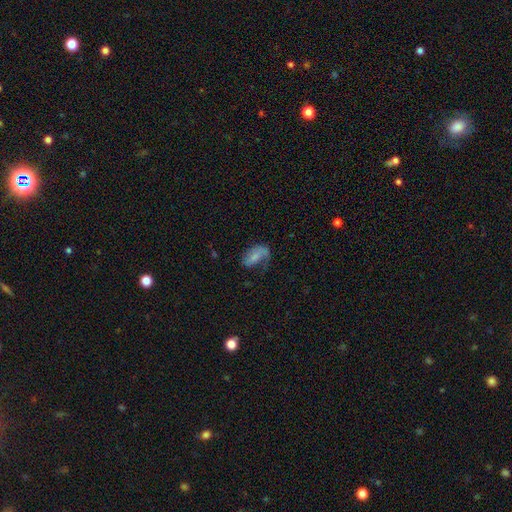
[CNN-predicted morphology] smooth-or-featured: smooth: 48% | featured or disk: 43% | star or artifact: 9%
  merging: none: 37% | major disturbance: 36% | minor disturbance: 24% | merger: 3%